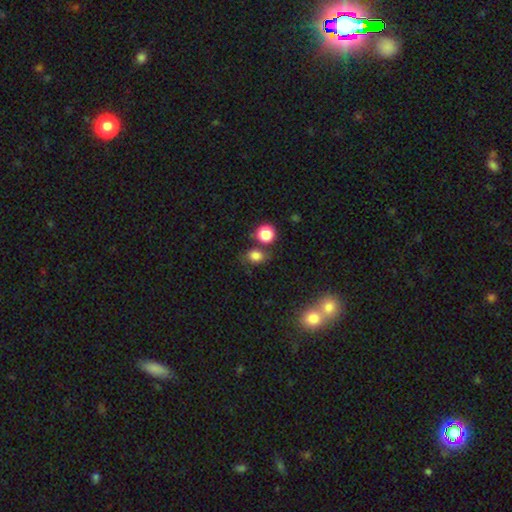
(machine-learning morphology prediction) Smooth or featured: smooth — 80% (star or artifact — 13%)
How rounded: round — 54% (in between — 44%)
Merging: none — 63% (merger — 17%)